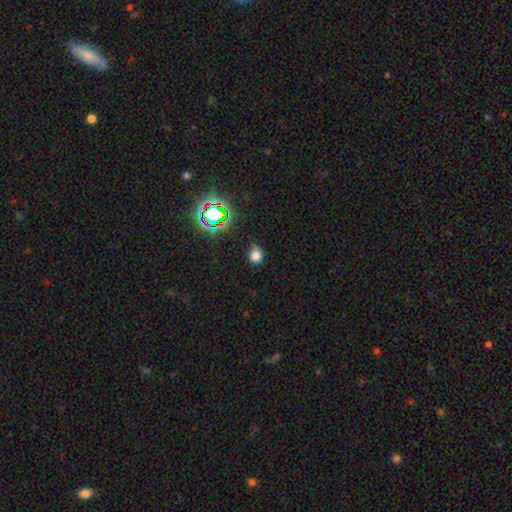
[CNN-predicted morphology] The model was most divided on "merging": none: 56%, minor disturbance: 30%, major disturbance: 10%, merger: 3%. More confident: how rounded — round (75%); smooth or featured — smooth (72%).